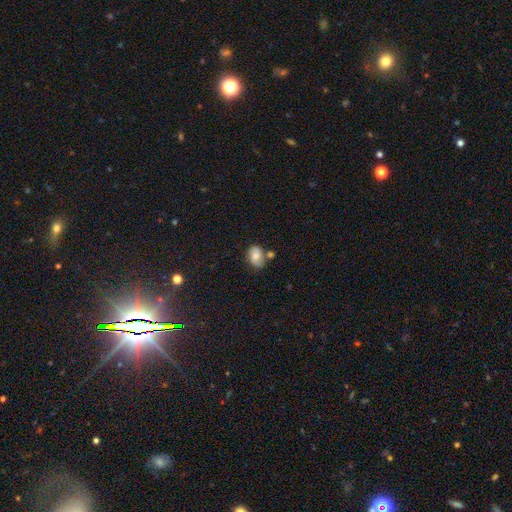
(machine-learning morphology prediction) Smooth or featured: smooth — 61% (featured or disk — 29%)
How rounded: in between — 72% (round — 26%)
Merging: none — 54% (minor disturbance — 23%)